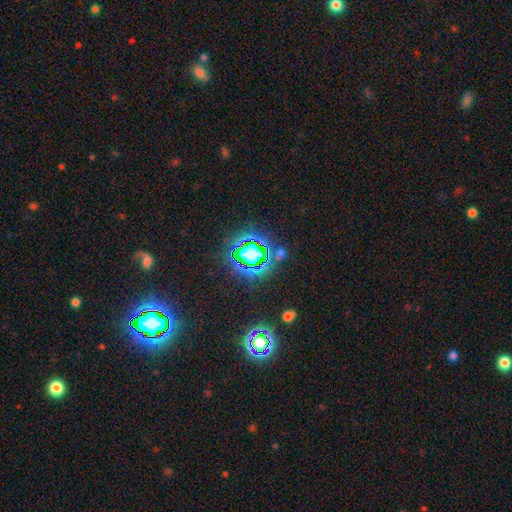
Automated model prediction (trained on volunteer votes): star or artifact 80%, smooth 12%, featured or disk 8%.